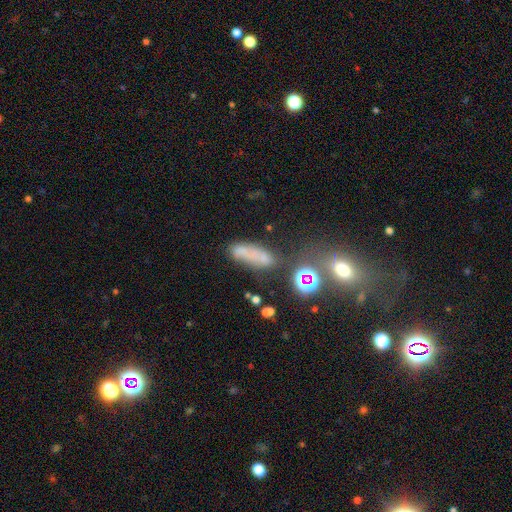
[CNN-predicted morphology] smooth-or-featured: smooth: 55% | star or artifact: 24% | featured or disk: 21%
  how-rounded: in between: 50% | cigar-shaped: 41% | round: 9%
  merging: none: 50% | minor disturbance: 21% | merger: 15% | major disturbance: 13%